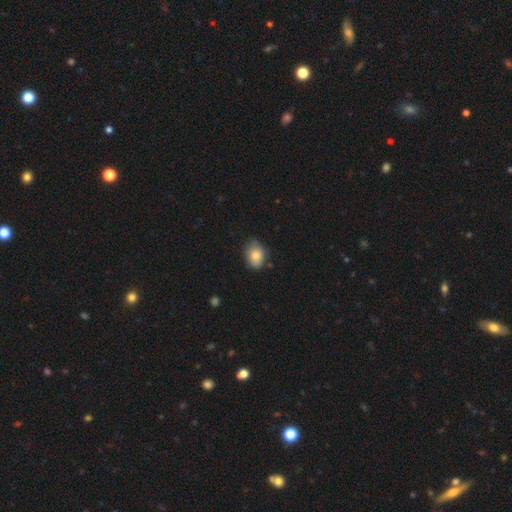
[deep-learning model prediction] Smooth or featured? smooth (81%)
How rounded? in between (70%)
Merging? none (70%)